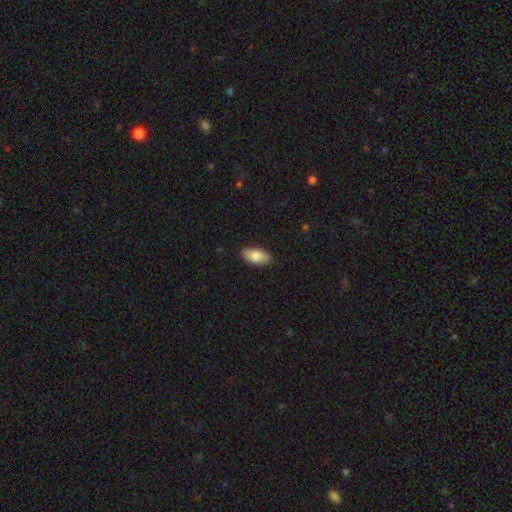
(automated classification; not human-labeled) Q: Smooth or featured?
A: smooth (85%); runner-up: featured or disk (9%)
Q: How rounded?
A: in between (92%); runner-up: cigar-shaped (5%)
Q: Merging?
A: none (87%); runner-up: minor disturbance (10%)